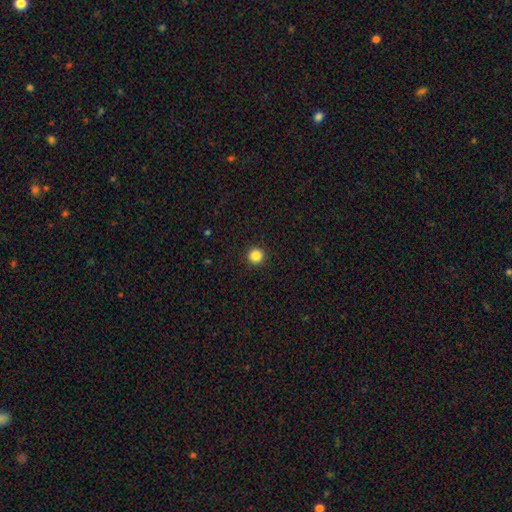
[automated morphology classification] smooth-or-featured: smooth: 86% | star or artifact: 11% | featured or disk: 4%
  how-rounded: round: 96% | in between: 3% | cigar-shaped: 1%
  merging: none: 93% | minor disturbance: 4% | major disturbance: 2% | merger: 1%